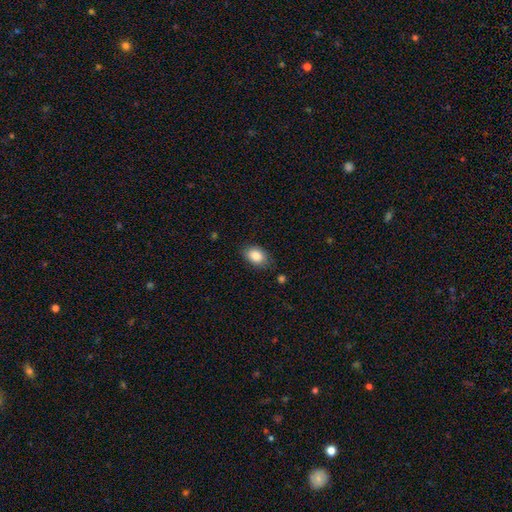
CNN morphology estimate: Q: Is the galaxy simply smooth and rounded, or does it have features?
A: smooth — 86%.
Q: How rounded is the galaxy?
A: in between — 82%.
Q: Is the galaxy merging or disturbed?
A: none — 79%.